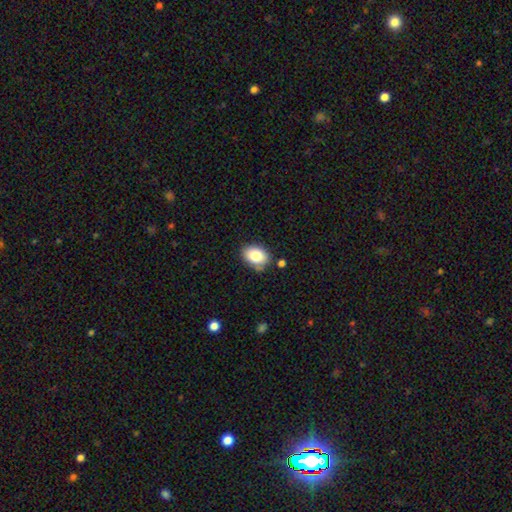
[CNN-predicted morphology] Smooth or featured? smooth (82%)
How rounded? in between (78%)
Merging? none (76%)